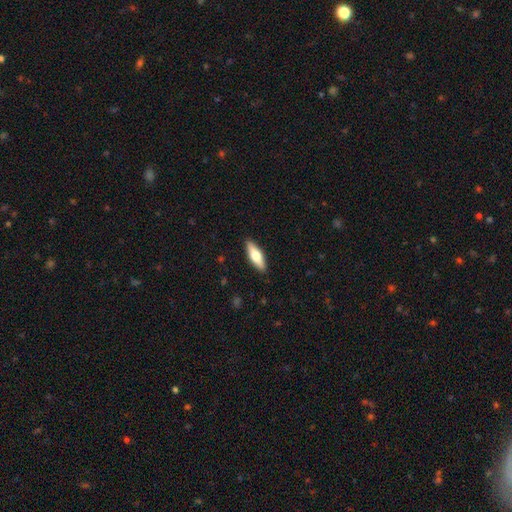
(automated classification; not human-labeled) Smooth or featured?
  - smooth: 56% *
  - featured or disk: 39%
  - star or artifact: 5%
How rounded?
  - cigar-shaped: 52% *
  - in between: 46%
  - round: 2%
Merging?
  - none: 90% *
  - minor disturbance: 7%
  - major disturbance: 2%
  - merger: 1%